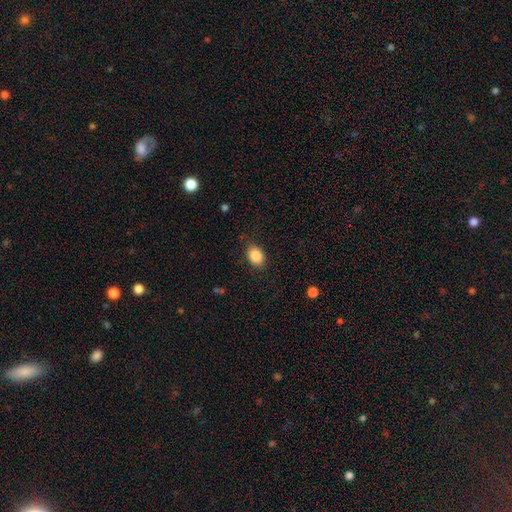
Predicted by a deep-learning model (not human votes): Smooth or featured?
  - smooth: 86% *
  - star or artifact: 8%
  - featured or disk: 6%
How rounded?
  - in between: 78% *
  - round: 21%
  - cigar-shaped: 1%
Merging?
  - none: 82% *
  - minor disturbance: 14%
  - major disturbance: 3%
  - merger: 1%